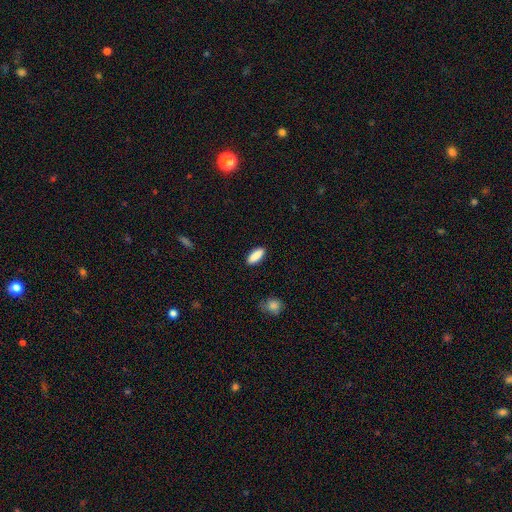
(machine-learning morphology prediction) Smooth or featured: smooth — 89% (star or artifact — 6%)
How rounded: in between — 63% (cigar-shaped — 35%)
Merging: none — 88% (minor disturbance — 9%)